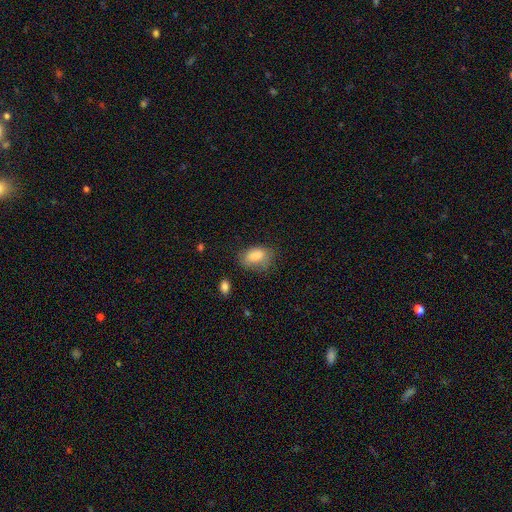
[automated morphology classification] smooth_or_featured: smooth (p=0.83) [alt: star or artifact p=0.09]
how_rounded: in between (p=0.88) [alt: round p=0.10]
merging: none (p=0.57) [alt: minor disturbance p=0.29]